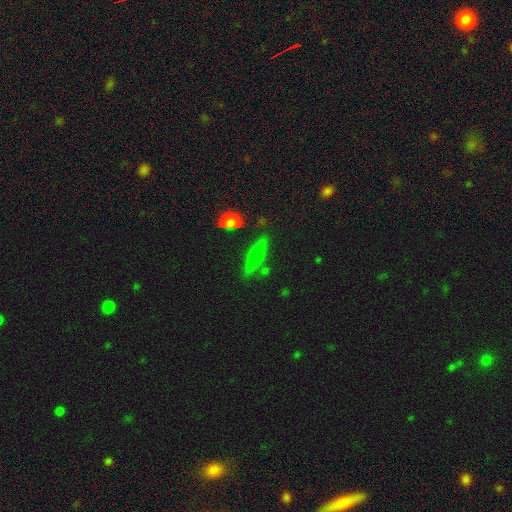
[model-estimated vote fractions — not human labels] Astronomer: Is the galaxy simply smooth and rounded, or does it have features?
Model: featured or disk — 49% (runner-up: smooth, 42%).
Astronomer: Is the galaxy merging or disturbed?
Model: none — 83%.